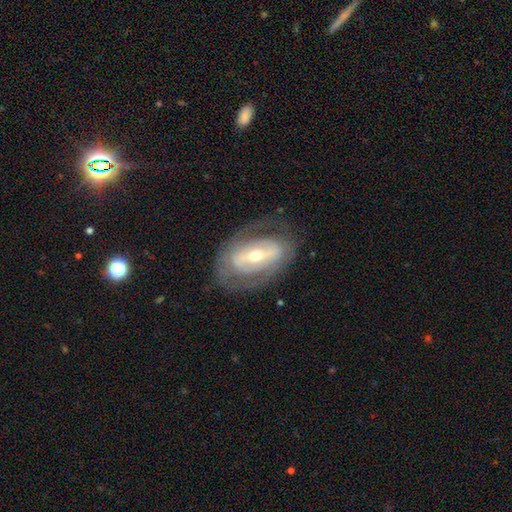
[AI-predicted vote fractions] featured or disk 75%, smooth 19%, star or artifact 6%. Down the decision tree: edge-on disk — no (92%); bar — strong (48%); spiral arms — yes (55%); bulge size — moderate (53%); merging — none (71%).